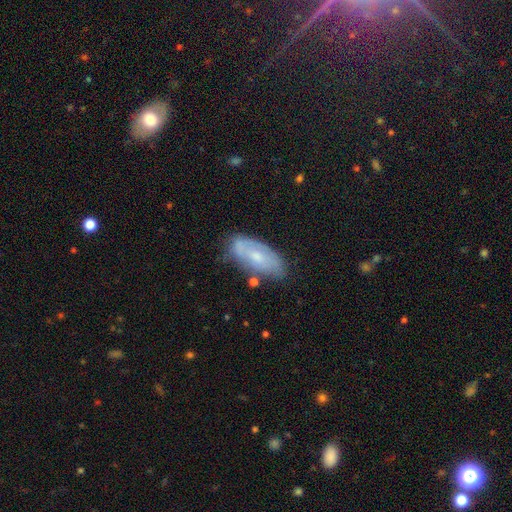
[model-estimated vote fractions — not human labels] This appears to be a featured or disk galaxy (46%, tied with smooth). Merging: none (66%).